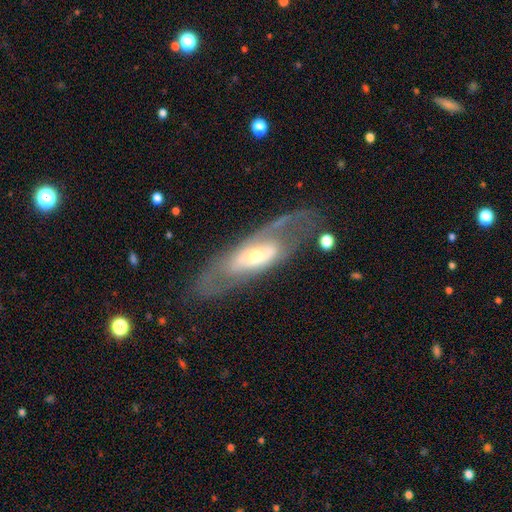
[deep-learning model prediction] This is likely a featured or disk galaxy (71%). It is likely not viewed edge-on (80%). Bar: likely no (61%). Spiral arm pattern: possibly yes (53%). Central bulge: possibly moderate (50%). Merging: likely none (67%).